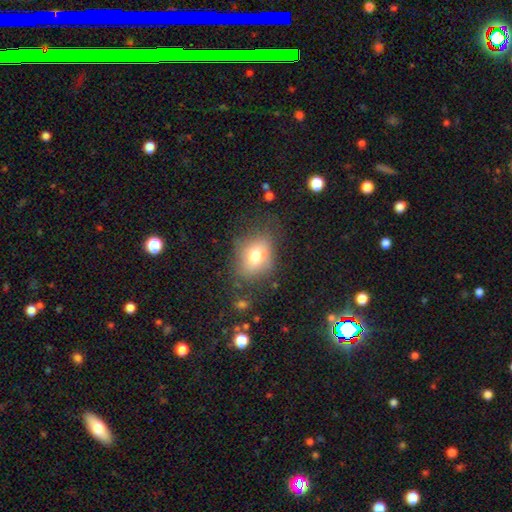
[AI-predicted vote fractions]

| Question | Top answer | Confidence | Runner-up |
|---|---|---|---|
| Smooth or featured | smooth | 69% | featured or disk (19%) |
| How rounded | in between | 58% | round (41%) |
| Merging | none | 56% | minor disturbance (24%) |